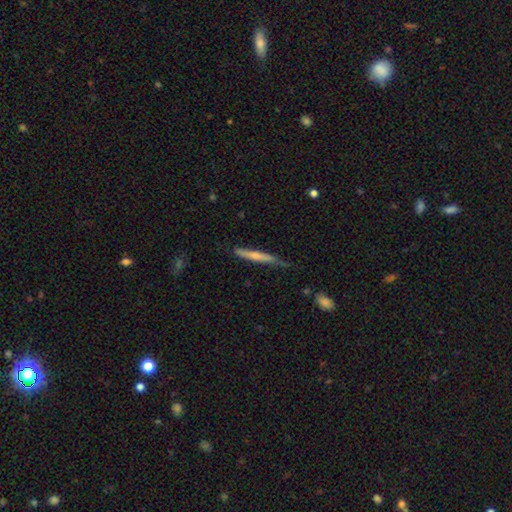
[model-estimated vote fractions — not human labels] Smooth or featured? Predicted: smooth (p=0.57). How rounded? Predicted: cigar-shaped (p=0.95). Merging? Predicted: none (p=0.66).